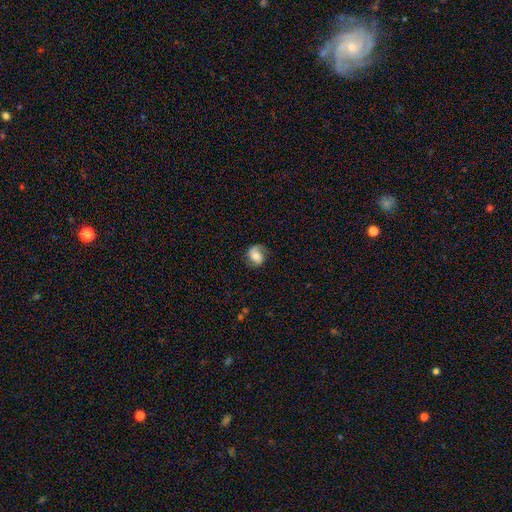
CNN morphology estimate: The model was most divided on "bar": no: 51%, weak: 37%, strong: 13%. More confident: edge-on disk — no (97%); spiral arms — yes (91%); merging — none (72%); smooth or featured — featured or disk (56%); bulge size — moderate (53%).